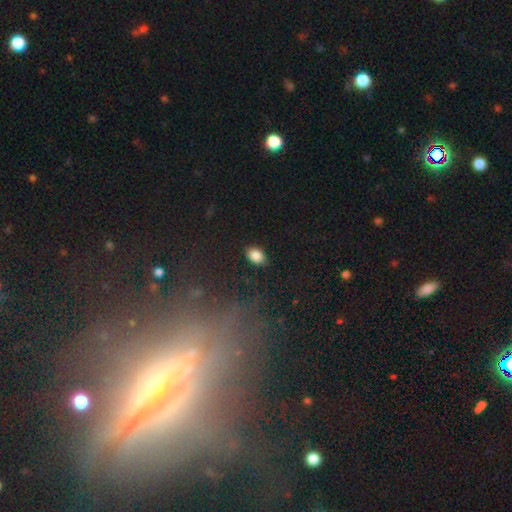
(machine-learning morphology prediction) Q: Smooth or featured?
A: smooth (86%); runner-up: star or artifact (9%)
Q: How rounded?
A: in between (82%); runner-up: round (17%)
Q: Merging?
A: none (85%); runner-up: minor disturbance (11%)